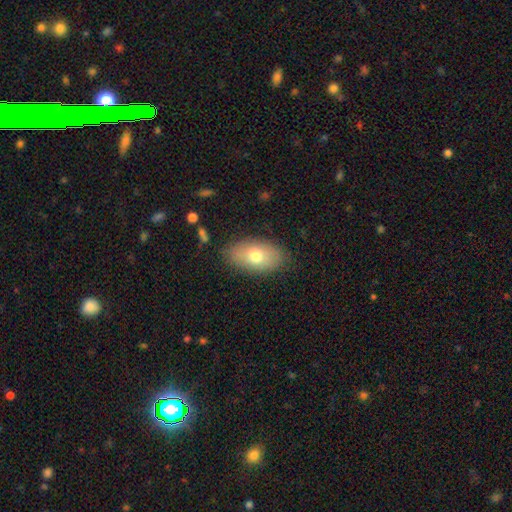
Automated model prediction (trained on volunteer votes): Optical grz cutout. It shows a smooth galaxy with no disk features (70%) that is in between round and cigar-shaped (92%). Merging: none (85%).